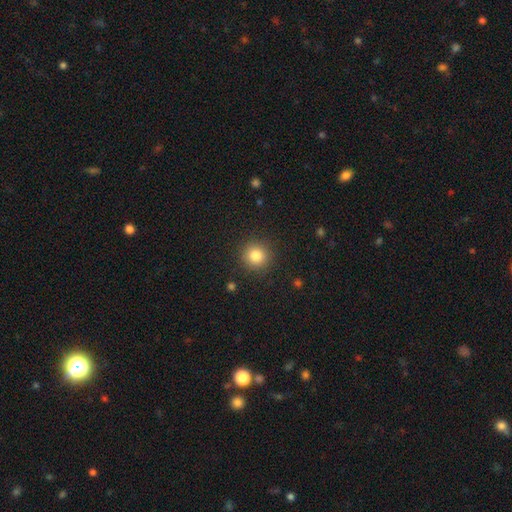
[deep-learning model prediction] A smooth galaxy with no disk features (82%) that is round (94%). Merging: none (90%).